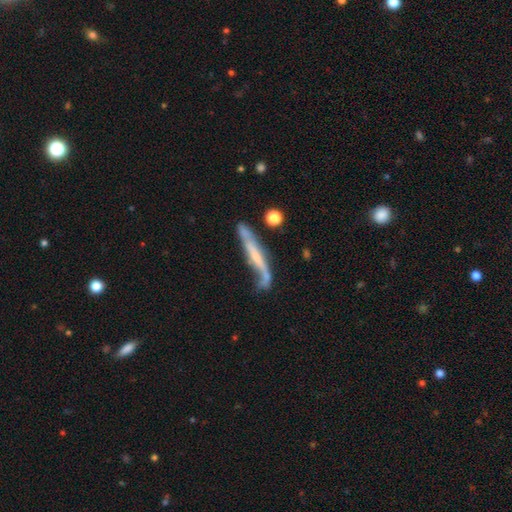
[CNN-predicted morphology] The model was most divided on "merging": none: 48%, minor disturbance: 26%, major disturbance: 16%, merger: 10%. More confident: edge-on disk — yes (70%); smooth or featured — featured or disk (64%).